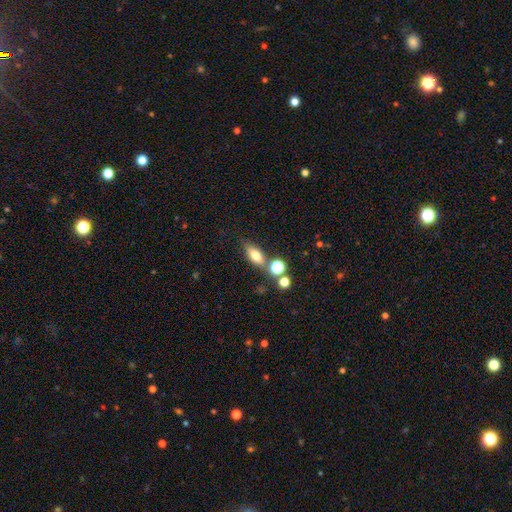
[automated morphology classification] A smooth galaxy with no disk features (71%) that is in between round and cigar-shaped (71%).

Vote fractions:
- Smooth or featured? smooth: 71% / featured or disk: 18% / star or artifact: 12%
- How rounded? in between: 71% / cigar-shaped: 19% / round: 11%
- Merging? none: 65% / merger: 15% / minor disturbance: 14% / major disturbance: 5%